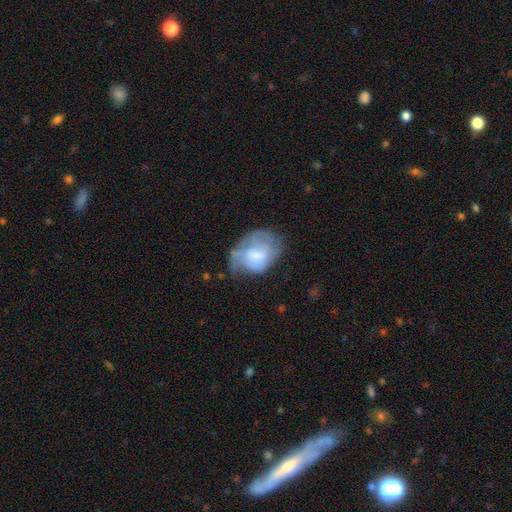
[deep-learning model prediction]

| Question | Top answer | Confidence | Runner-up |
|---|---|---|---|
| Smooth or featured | smooth | 48% | featured or disk (45%) |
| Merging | none | 35% | tied: minor disturbance (35%) |